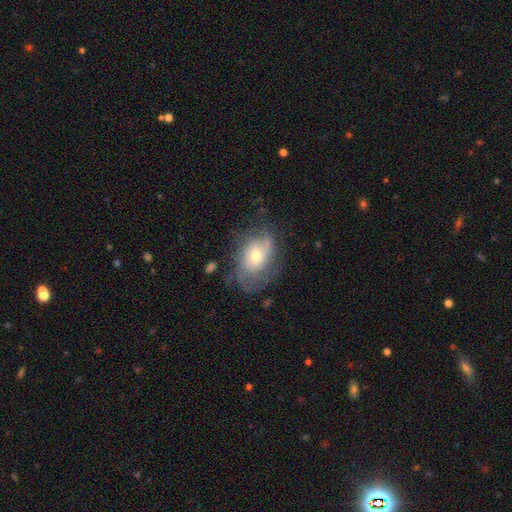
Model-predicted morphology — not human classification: The model was most divided on "spiral winding": tight: 41%, medium: 37%, loose: 22%. Remaining: edge-on disk — no (95%); spiral arms — yes (81%); bar — no (76%); smooth or featured — featured or disk (66%); merging — none (59%); bulge size — moderate (50%); spiral arm count — can't tell (40%).